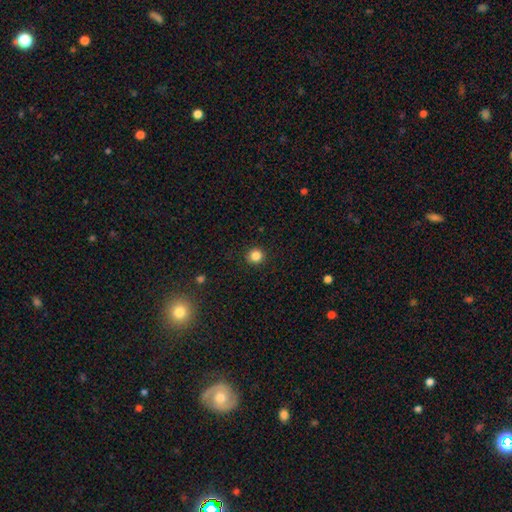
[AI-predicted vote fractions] Overall: smooth (85%). How rounded: round (93%). Merging: none (92%).